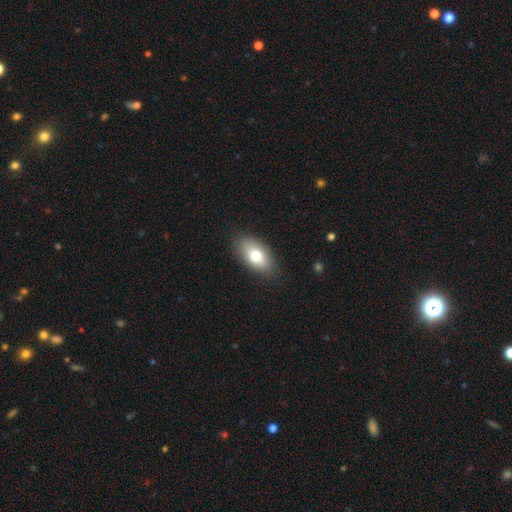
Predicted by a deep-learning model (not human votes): Smooth or featured: smooth — 75% (featured or disk — 17%)
How rounded: in between — 91% (round — 5%)
Merging: none — 86% (minor disturbance — 11%)